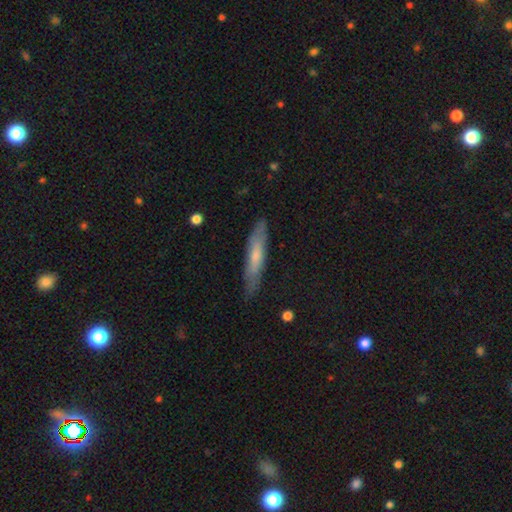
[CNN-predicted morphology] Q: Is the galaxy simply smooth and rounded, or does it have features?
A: smooth — 58%.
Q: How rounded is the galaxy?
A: cigar-shaped — 85%.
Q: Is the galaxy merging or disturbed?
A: none — 81%.